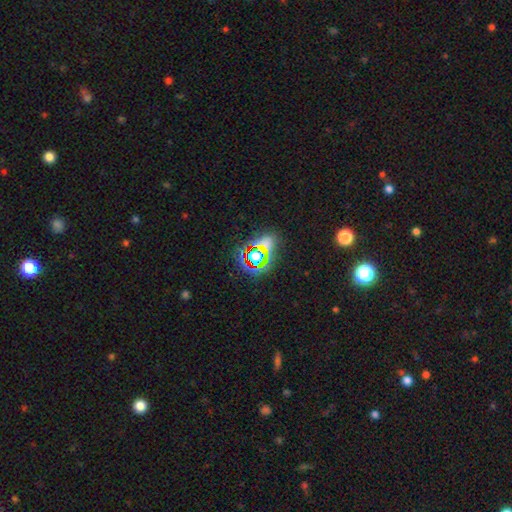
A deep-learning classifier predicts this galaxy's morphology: Smooth or featured?
  - star or artifact: 60% *
  - smooth: 27%
  - featured or disk: 14%